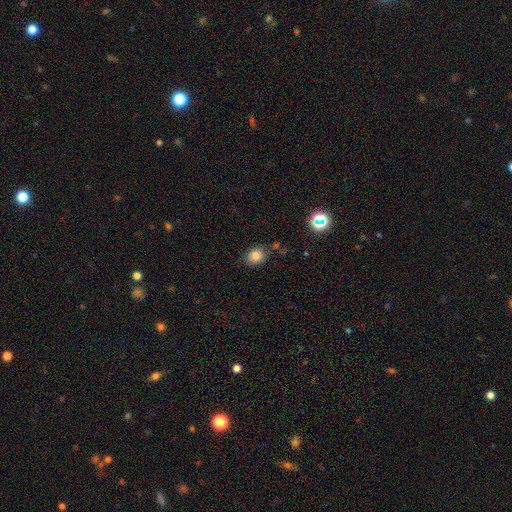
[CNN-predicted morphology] Smooth or featured: smooth — 82% (star or artifact — 12%)
How rounded: round — 57% (in between — 42%)
Merging: none — 77% (minor disturbance — 15%)